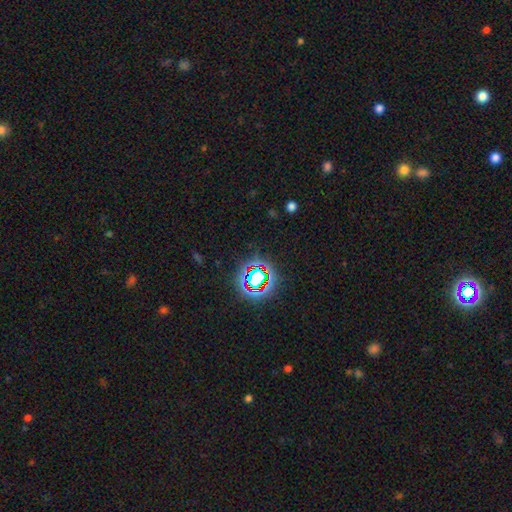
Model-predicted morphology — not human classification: type=star or artifact (75%).